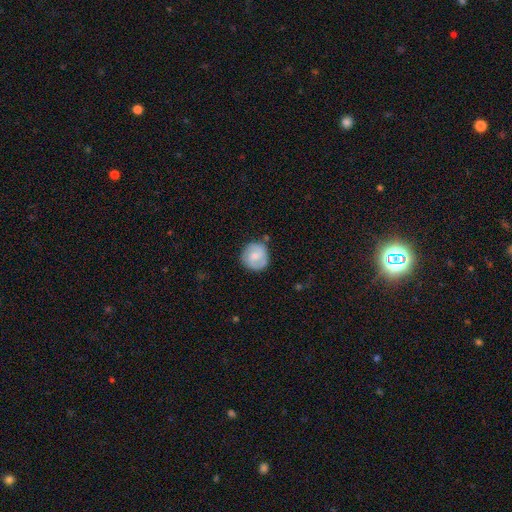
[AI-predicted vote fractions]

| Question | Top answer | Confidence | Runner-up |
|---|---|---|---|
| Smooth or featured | smooth | 51% | featured or disk (43%) |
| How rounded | round | 90% | in between (9%) |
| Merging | none | 77% | minor disturbance (16%) |